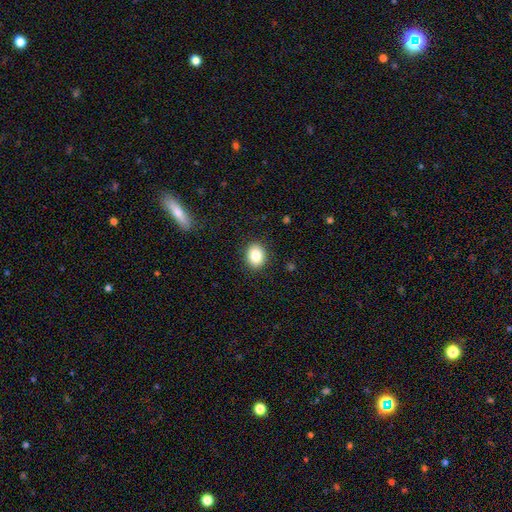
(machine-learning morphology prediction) Q: Smooth or featured?
A: smooth (85%); runner-up: star or artifact (9%)
Q: How rounded?
A: round (55%); runner-up: in between (44%)
Q: Merging?
A: none (90%); runner-up: minor disturbance (7%)